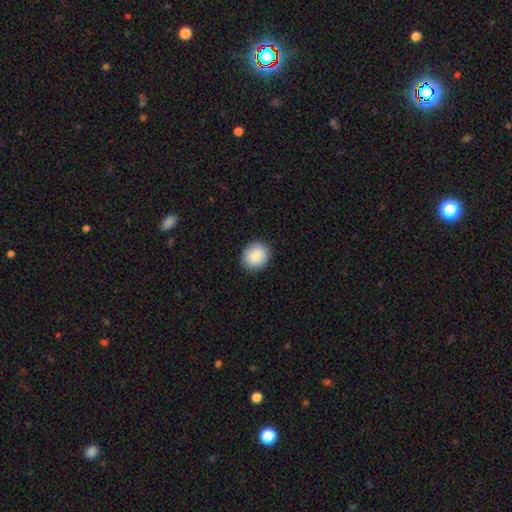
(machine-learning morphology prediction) A smooth galaxy with no disk features (88%) that is round (72%).

Vote fractions:
- Smooth or featured? smooth: 88% / star or artifact: 7% / featured or disk: 5%
- How rounded? round: 72% / in between: 27% / cigar-shaped: 1%
- Merging? none: 89% / minor disturbance: 8% / major disturbance: 2% / merger: 1%